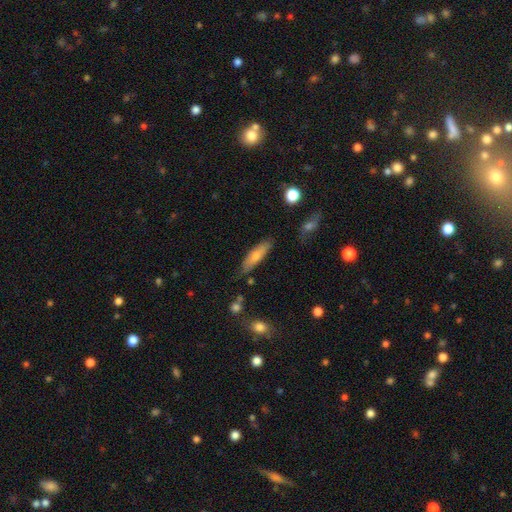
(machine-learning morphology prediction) type=smooth (64%); roundness=cigar-shaped (66%); merging=none (77%).